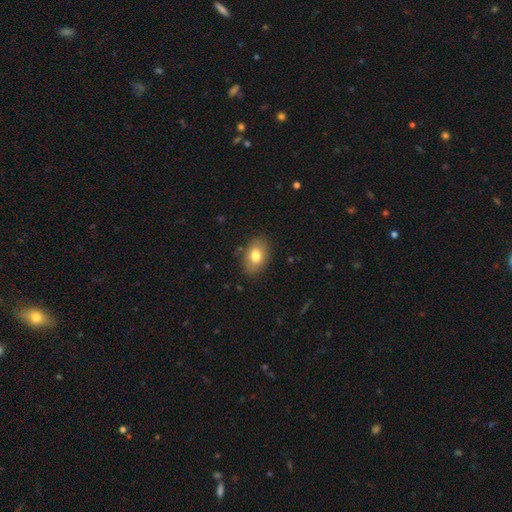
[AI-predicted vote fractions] This appears to be a smooth galaxy with no disk features (78%) that is in between round and cigar-shaped (83%). Merging: none (84%).